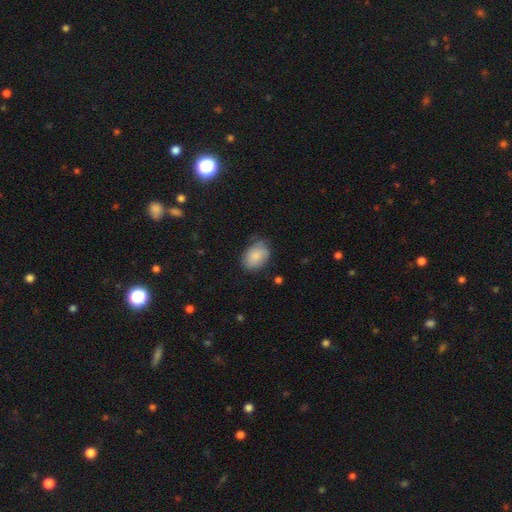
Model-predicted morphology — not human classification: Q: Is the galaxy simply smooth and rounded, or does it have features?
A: smooth — 85%.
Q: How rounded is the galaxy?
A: in between — 79%.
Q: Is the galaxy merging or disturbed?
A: none — 73%.